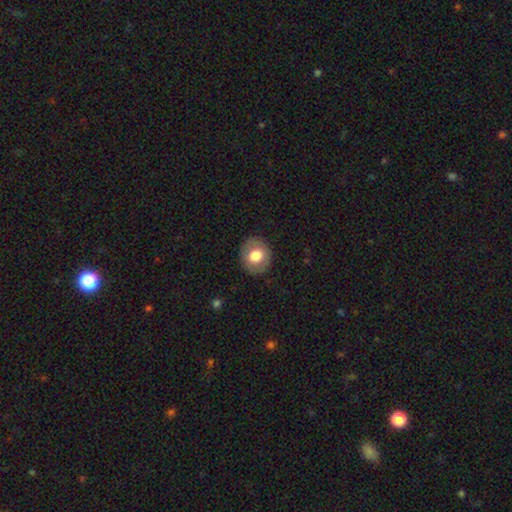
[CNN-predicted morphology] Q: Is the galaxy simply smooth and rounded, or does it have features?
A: smooth — 71%.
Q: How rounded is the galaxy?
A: round — 76%.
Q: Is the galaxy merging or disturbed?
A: none — 87%.